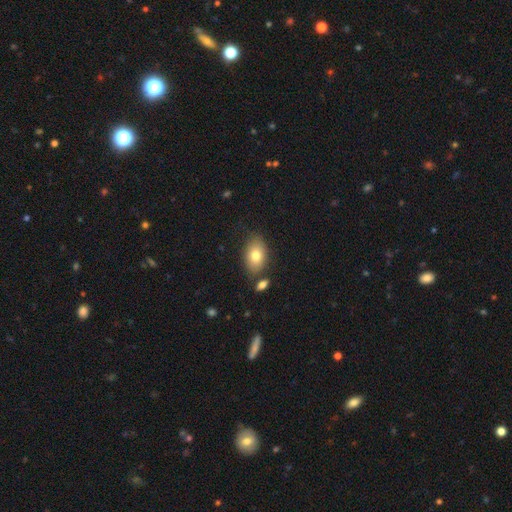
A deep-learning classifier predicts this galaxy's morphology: This appears to be a smooth galaxy with no disk features (78%) that is in between round and cigar-shaped (86%). Merging: none (74%).